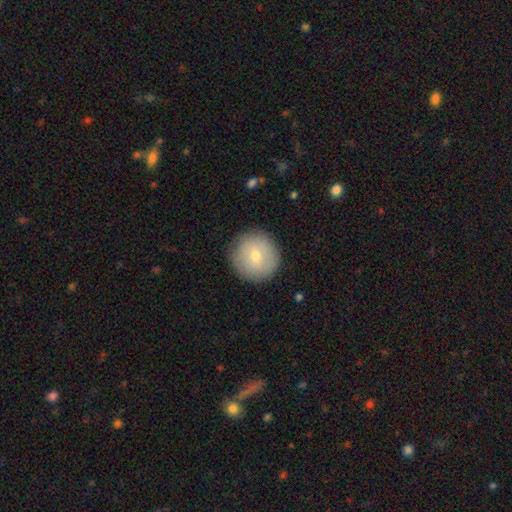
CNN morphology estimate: A smooth galaxy with no disk features (72%) that is round (95%).

Vote fractions:
- Smooth or featured? smooth: 72% / featured or disk: 21% / star or artifact: 7%
- How rounded? round: 95% / in between: 4% / cigar-shaped: 1%
- Merging? none: 88% / minor disturbance: 8% / major disturbance: 3% / merger: 1%